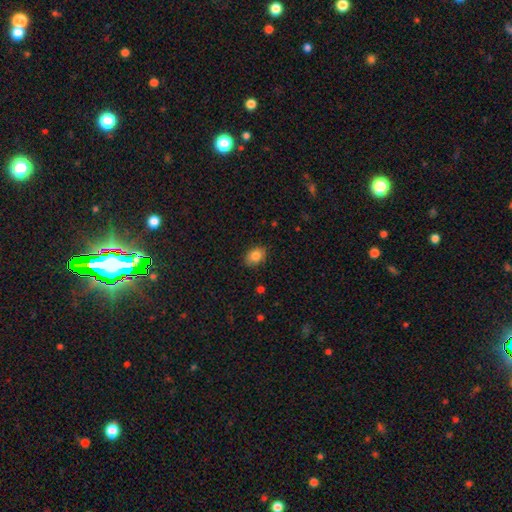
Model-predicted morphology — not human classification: A smooth galaxy with no disk features (84%) that is in between round and cigar-shaped (73%).

Vote fractions:
- Smooth or featured? smooth: 84% / star or artifact: 9% / featured or disk: 7%
- How rounded? in between: 73% / round: 26% / cigar-shaped: 1%
- Merging? none: 84% / minor disturbance: 13% / major disturbance: 2% / merger: 1%